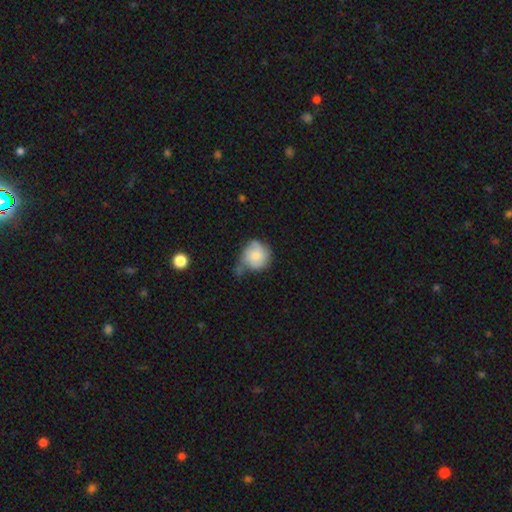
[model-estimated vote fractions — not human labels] smooth-or-featured: smooth: 68% | featured or disk: 25% | star or artifact: 7%
  how-rounded: round: 85% | in between: 14% | cigar-shaped: 1%
  merging: minor disturbance: 38% | none: 33% | major disturbance: 17% | merger: 12%